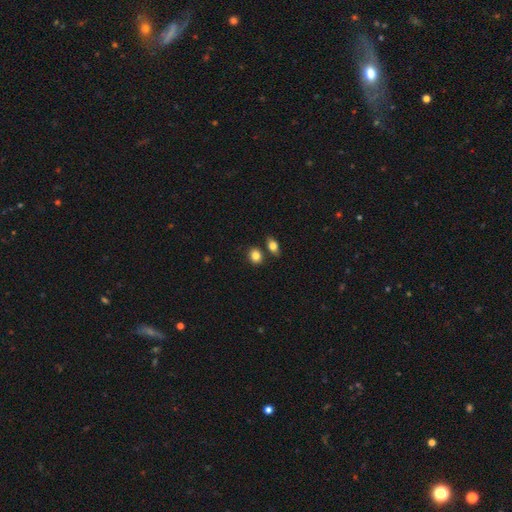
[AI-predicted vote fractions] A smooth galaxy with no disk features (84%) that is round (51%).

Vote fractions:
- Smooth or featured? smooth: 84% / star or artifact: 10% / featured or disk: 7%
- How rounded? round: 51% / in between: 48% / cigar-shaped: 1%
- Merging? none: 73% / merger: 14% / minor disturbance: 10% / major disturbance: 3%